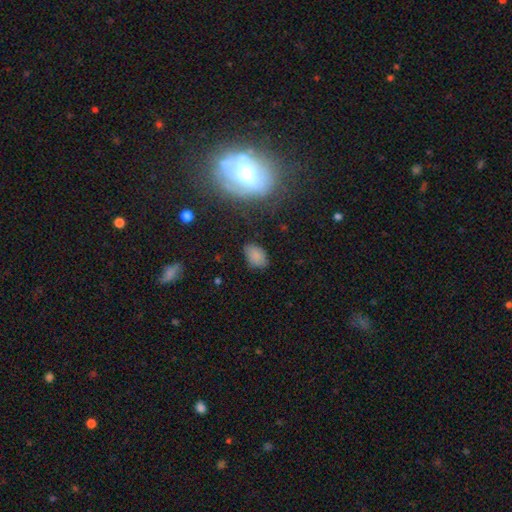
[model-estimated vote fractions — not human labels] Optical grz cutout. It shows a smooth galaxy with no disk features (81%) that is in between round and cigar-shaped (86%). Merging: none (78%).